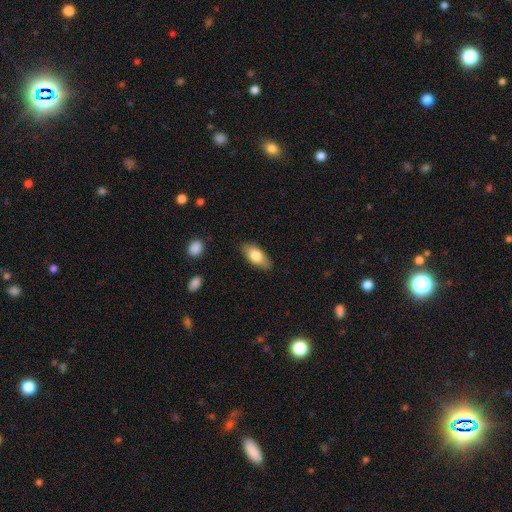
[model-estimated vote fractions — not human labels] Smooth or featured? smooth (77%)
How rounded? in between (86%)
Merging? none (86%)